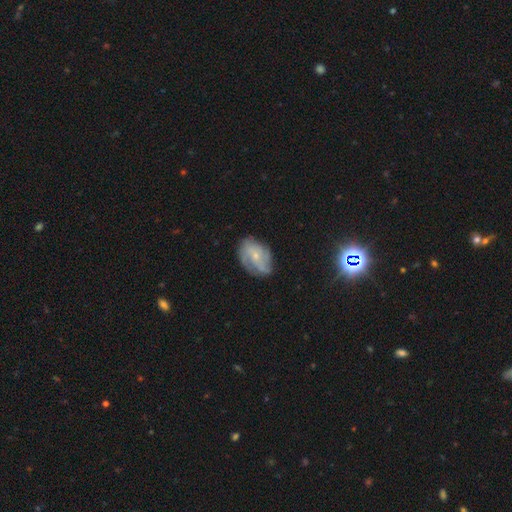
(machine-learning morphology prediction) The model was most divided on "spiral winding": tight: 41%, medium: 40%, loose: 19%. Remaining: edge-on disk — no (96%); spiral arms — yes (85%); bulge size — small (73%); bar — no (70%); smooth or featured — featured or disk (66%); merging — none (66%); spiral arm count — can't tell (36%).